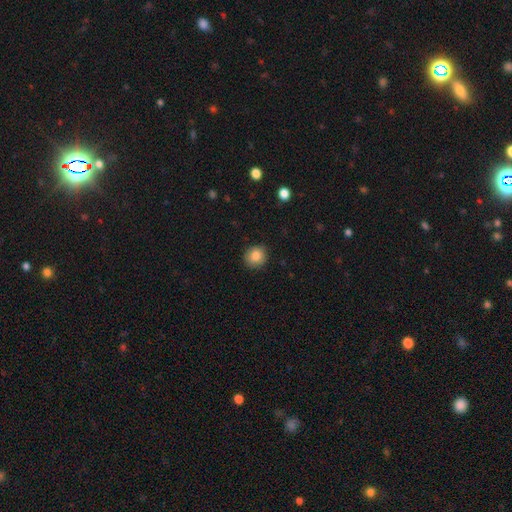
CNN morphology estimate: smooth 86%, star or artifact 9%, featured or disk 6%. Down the decision tree: how rounded — round (87%); merging — none (87%).